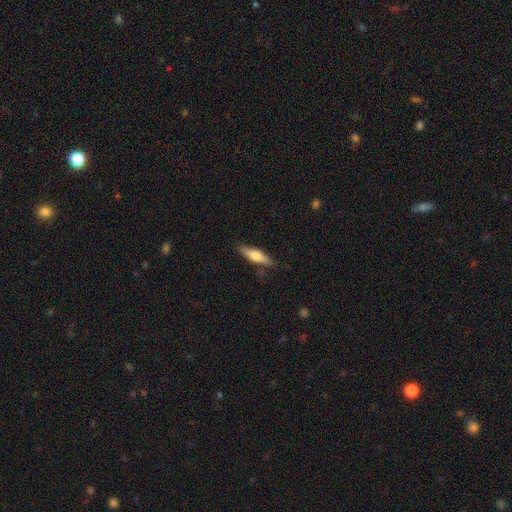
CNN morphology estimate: A smooth galaxy with no disk features (55%) that is cigar-shaped (71%). Merging: none (85%).